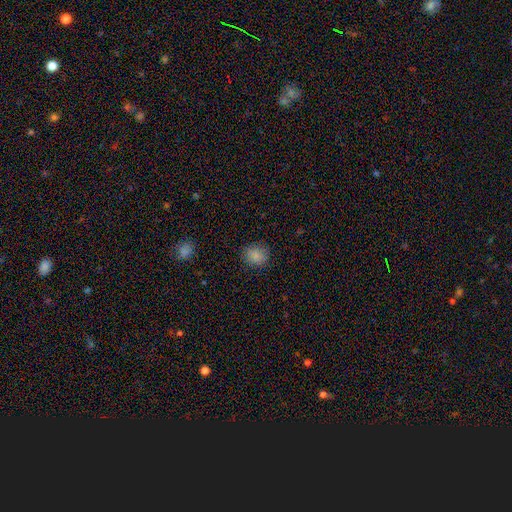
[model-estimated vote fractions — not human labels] Smooth or featured? Predicted: smooth (p=0.86). How rounded? Predicted: round (p=0.74). Merging? Predicted: none (p=0.84).